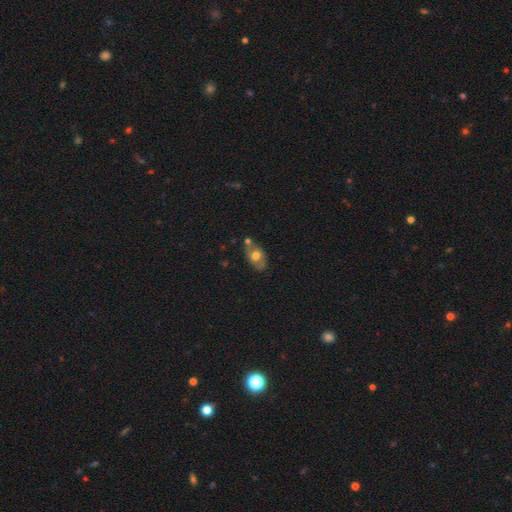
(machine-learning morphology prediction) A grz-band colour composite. It shows a smooth galaxy with no disk features (55%) that is in between round and cigar-shaped (82%). Merging: none (60%).